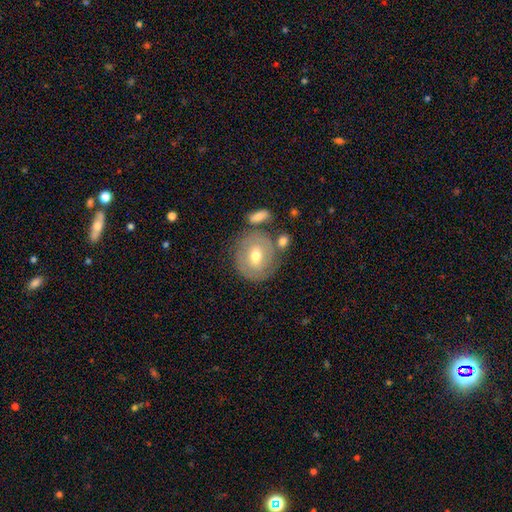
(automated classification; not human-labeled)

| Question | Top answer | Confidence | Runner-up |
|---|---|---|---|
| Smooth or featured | featured or disk | 52% | smooth (42%) |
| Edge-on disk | no | 95% | yes (5%) |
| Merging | none | 71% | minor disturbance (15%) |